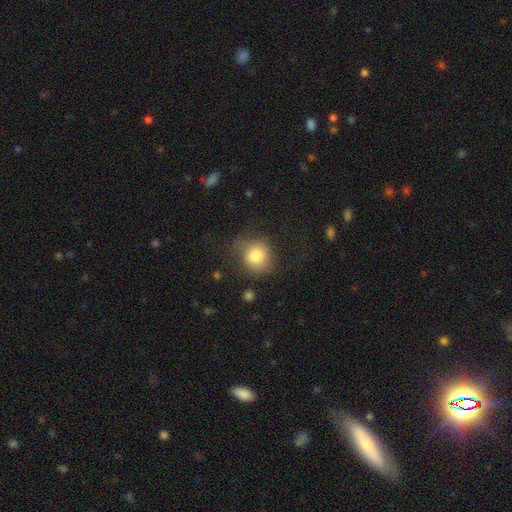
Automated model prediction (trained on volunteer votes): Morphology: type=smooth (82%); roundness=round (78%); merging=none (59%).